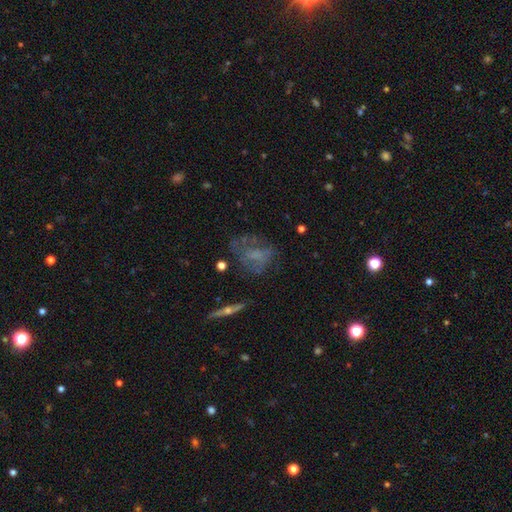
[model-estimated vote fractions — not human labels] smooth_or_featured: featured or disk (p=0.48) [alt: smooth p=0.36]
merging: none (p=0.49) [alt: major disturbance p=0.25]